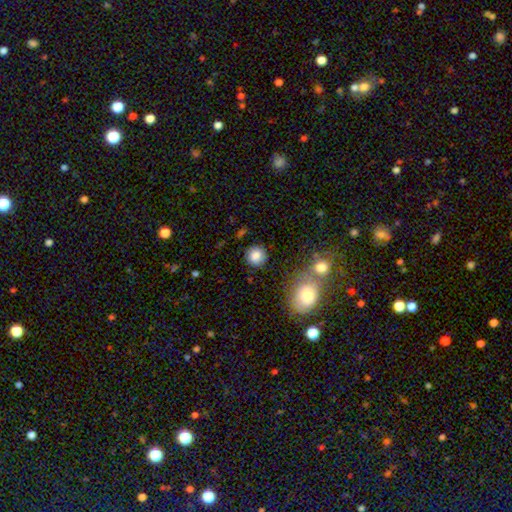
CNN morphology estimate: This is clearly a smooth galaxy (83%). How rounded: clearly round (91%). Merging: clearly none (84%).